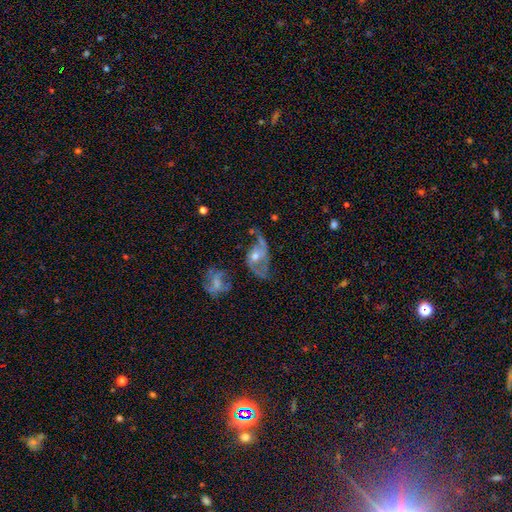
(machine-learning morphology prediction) This appears to be a featured or disk galaxy (69%) with no bar (71%), spiral arms (72%) and a moderate central bulge (57%). Merging: major disturbance (38%).